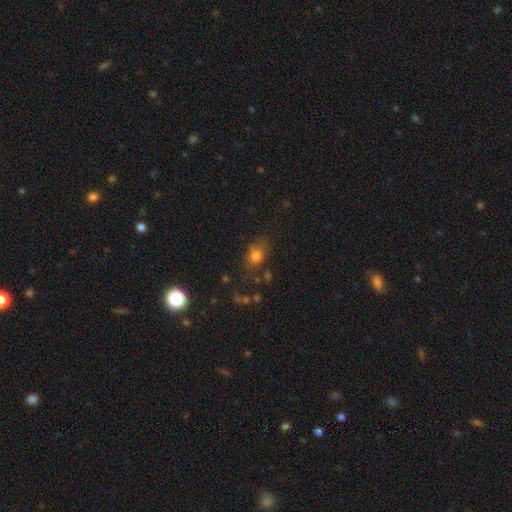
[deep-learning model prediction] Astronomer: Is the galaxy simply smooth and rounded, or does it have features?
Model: smooth — 76%.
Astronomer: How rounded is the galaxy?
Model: in between — 63%.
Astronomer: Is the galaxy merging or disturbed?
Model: none — 68%.